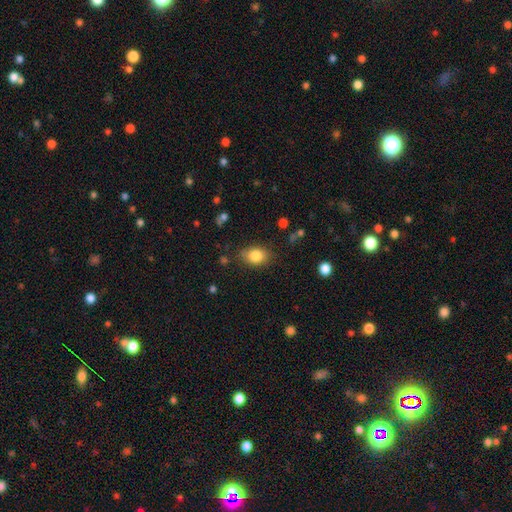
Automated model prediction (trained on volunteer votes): Overall: smooth (83%). How rounded: in between (74%). Merging: none (79%).